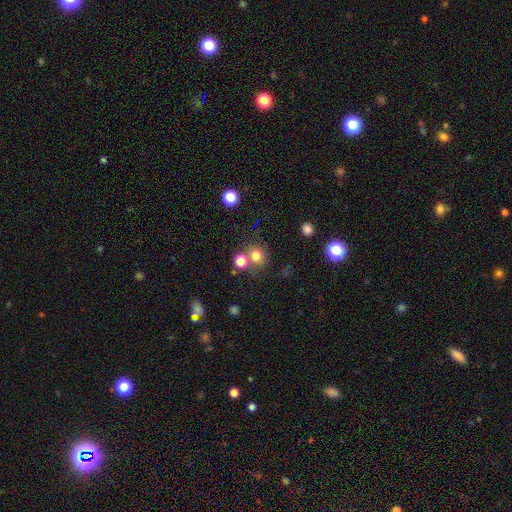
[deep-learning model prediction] smooth 76%, star or artifact 16%, featured or disk 8%. Down the decision tree: how rounded — round (83%); merging — none (65%).